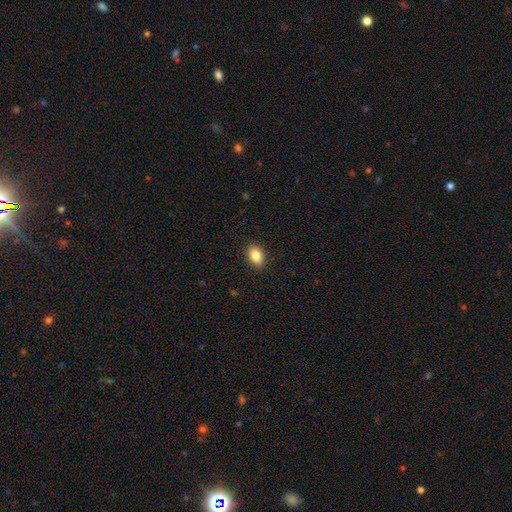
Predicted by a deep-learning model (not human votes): This appears to be a smooth galaxy with no disk features (85%) that is in between round and cigar-shaped (80%). Merging: none (89%).